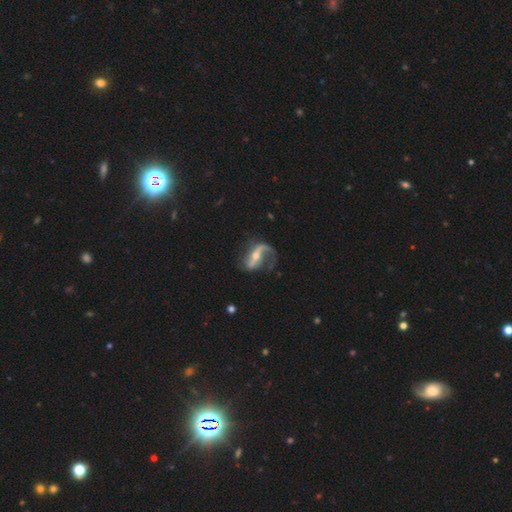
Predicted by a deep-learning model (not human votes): Q: Smooth or featured?
A: featured or disk (86%); runner-up: smooth (9%)
Q: Edge-on disk?
A: no (93%); runner-up: yes (7%)
Q: Bar?
A: strong (55%); runner-up: weak (27%)
Q: Spiral arms?
A: yes (93%); runner-up: no (7%)
Q: Spiral winding?
A: loose (70%); runner-up: medium (22%)
Q: Spiral arm count?
A: 2 (69%); runner-up: 1 (26%)
Q: Bulge size?
A: moderate (48%); runner-up: small (47%)
Q: Merging?
A: none (55%); runner-up: major disturbance (22%)